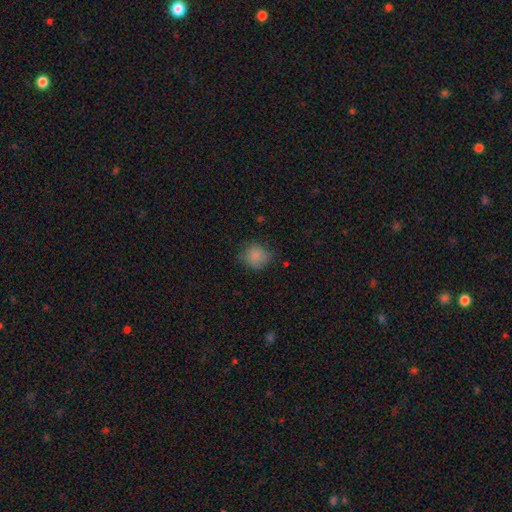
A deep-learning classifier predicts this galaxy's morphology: A smooth galaxy with no disk features (82%) that is round (78%). Merging: none (65%).